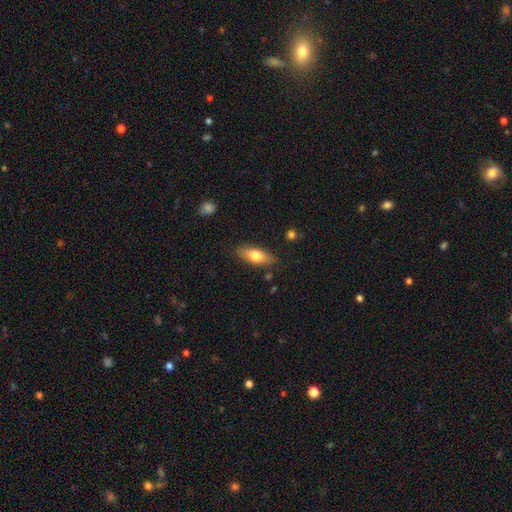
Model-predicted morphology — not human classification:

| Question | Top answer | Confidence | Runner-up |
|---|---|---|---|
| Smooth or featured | smooth | 70% | featured or disk (24%) |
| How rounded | in between | 75% | cigar-shaped (22%) |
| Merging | none | 83% | minor disturbance (13%) |